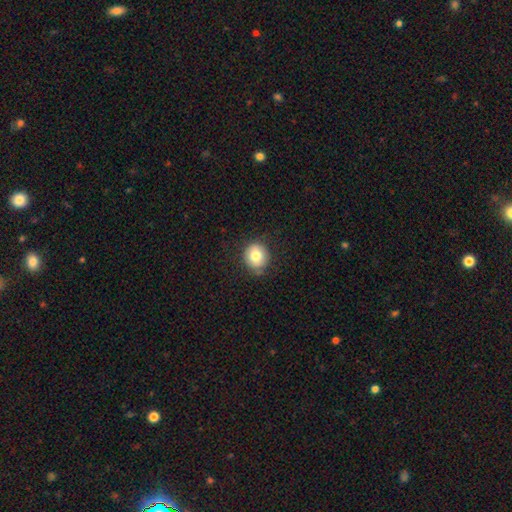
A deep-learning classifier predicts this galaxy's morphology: This is likely a smooth galaxy (78%). How rounded: clearly round (85%). Merging: clearly none (81%).